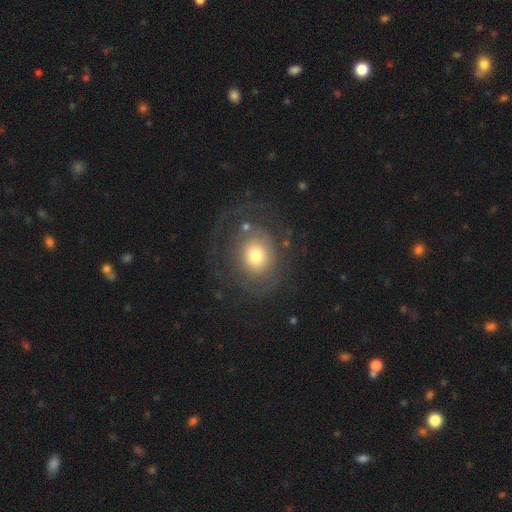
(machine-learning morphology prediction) Smooth or featured?
  - featured or disk: 49% *
  - smooth: 42%
  - star or artifact: 9%
Merging?
  - none: 57% *
  - major disturbance: 25%
  - minor disturbance: 16%
  - merger: 3%